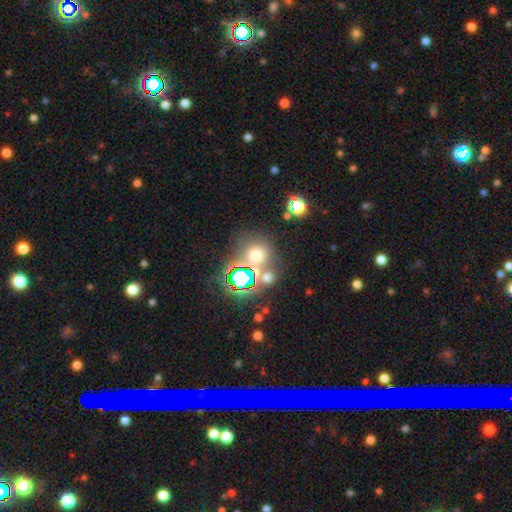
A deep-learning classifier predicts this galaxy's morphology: Smooth or featured? Predicted: smooth (p=0.56). How rounded? Predicted: round (p=0.84). Merging? Predicted: none (p=0.61).